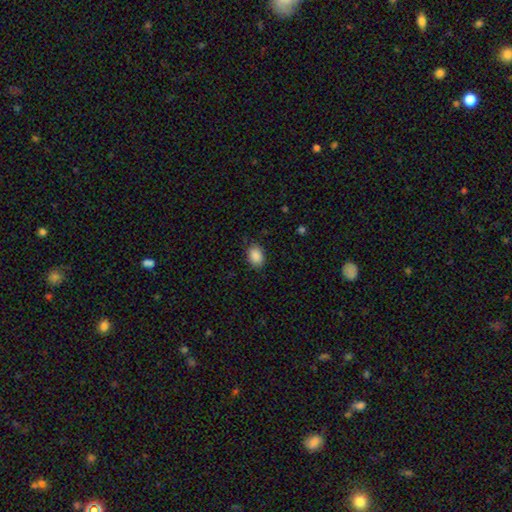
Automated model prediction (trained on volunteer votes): This appears to be a smooth galaxy with no disk features (89%) that is in between round and cigar-shaped (80%). Merging: none (84%).